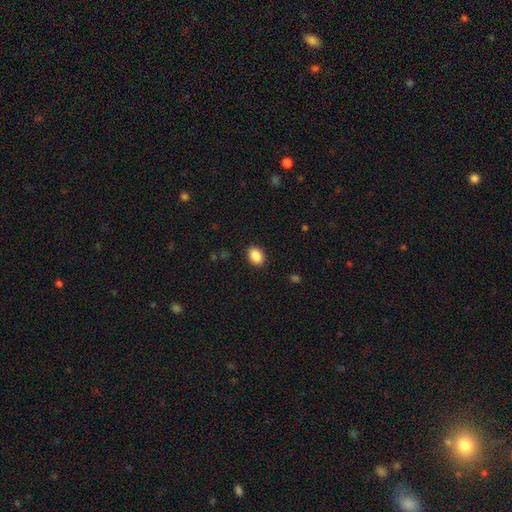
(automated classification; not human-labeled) smooth-or-featured: smooth: 89% | star or artifact: 8% | featured or disk: 3%
  how-rounded: in between: 73% | round: 26% | cigar-shaped: 1%
  merging: none: 90% | minor disturbance: 7% | major disturbance: 2% | merger: 1%